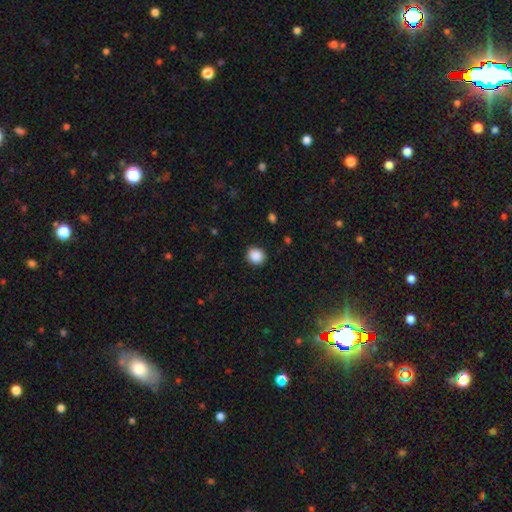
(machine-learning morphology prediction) smooth_or_featured: smooth (p=0.88) [alt: star or artifact p=0.09]
how_rounded: round (p=0.82) [alt: in between p=0.17]
merging: none (p=0.87) [alt: minor disturbance p=0.09]